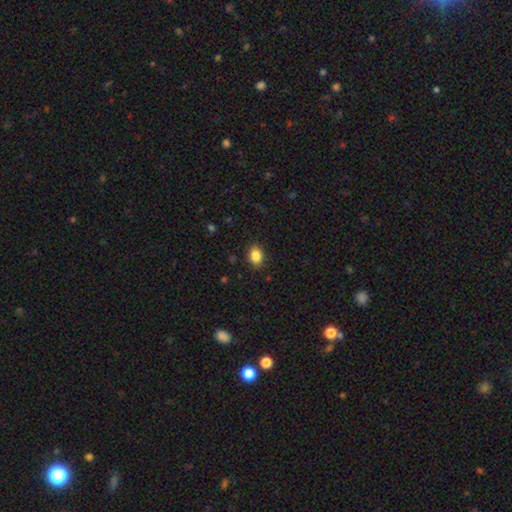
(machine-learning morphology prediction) The model was most divided on "how rounded": in between: 70%, round: 29%, cigar-shaped: 1%. More confident: merging — none (88%); smooth or featured — smooth (86%).